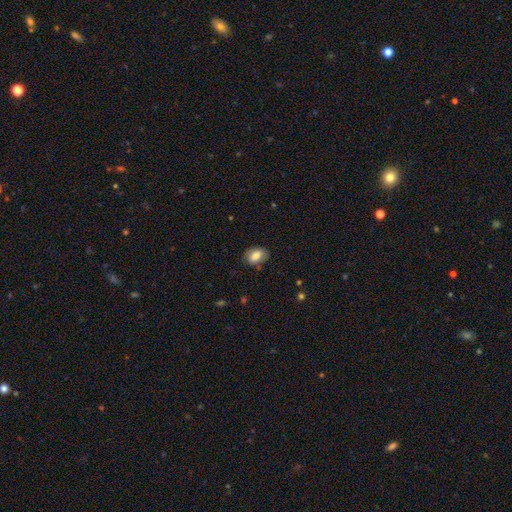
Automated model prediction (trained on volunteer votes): The model was most divided on "merging": none: 77%, minor disturbance: 17%, major disturbance: 4%, merger: 1%. More confident: how rounded — in between (86%); smooth or featured — smooth (76%).